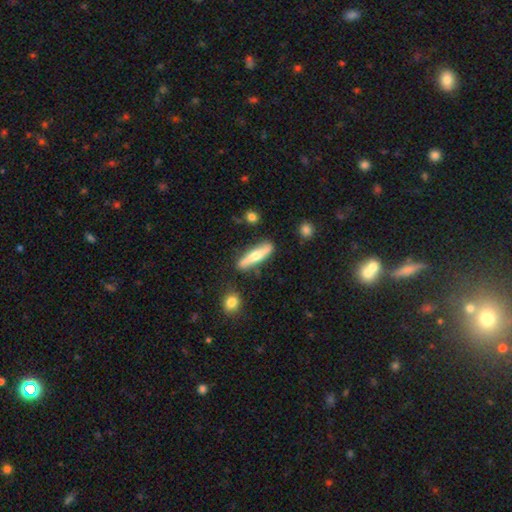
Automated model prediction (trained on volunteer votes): smooth_or_featured: featured or disk (p=0.48) [alt: smooth p=0.47]
merging: none (p=0.82) [alt: minor disturbance p=0.12]